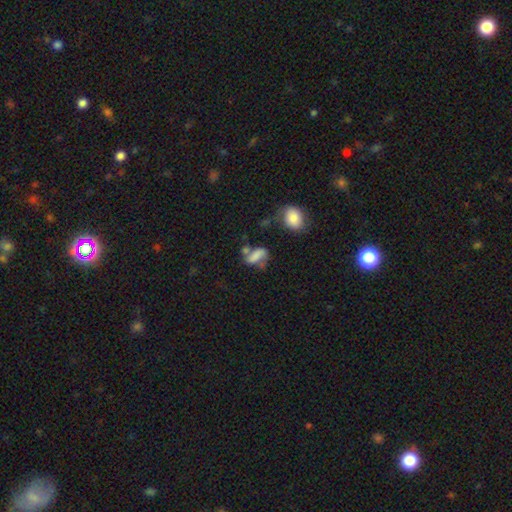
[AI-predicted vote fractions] smooth-or-featured: smooth: 62% | featured or disk: 26% | star or artifact: 12%
  how-rounded: in between: 82% | round: 12% | cigar-shaped: 7%
  merging: none: 32% | merger: 25% | minor disturbance: 23% | major disturbance: 20%